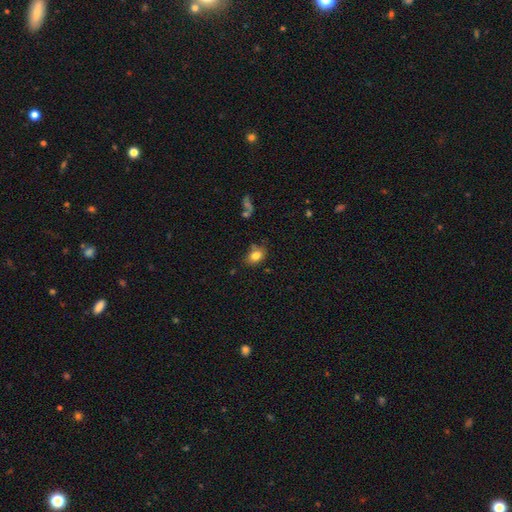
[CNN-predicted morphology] type=smooth (81%); roundness=in between (76%); merging=none (67%).